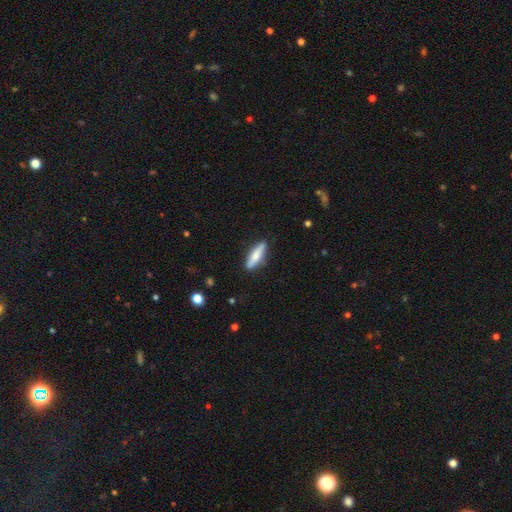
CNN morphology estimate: Q: Smooth or featured?
A: smooth (67%); runner-up: featured or disk (27%)
Q: How rounded?
A: cigar-shaped (65%); runner-up: in between (33%)
Q: Merging?
A: none (87%); runner-up: minor disturbance (10%)